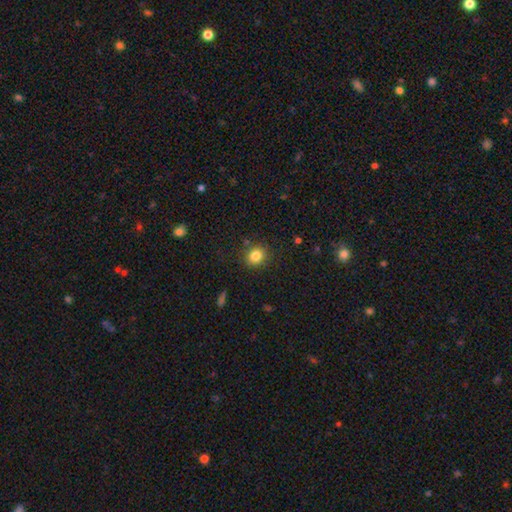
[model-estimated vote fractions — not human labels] Q: Smooth or featured?
A: smooth (83%); runner-up: star or artifact (11%)
Q: How rounded?
A: round (75%); runner-up: in between (24%)
Q: Merging?
A: none (86%); runner-up: minor disturbance (9%)